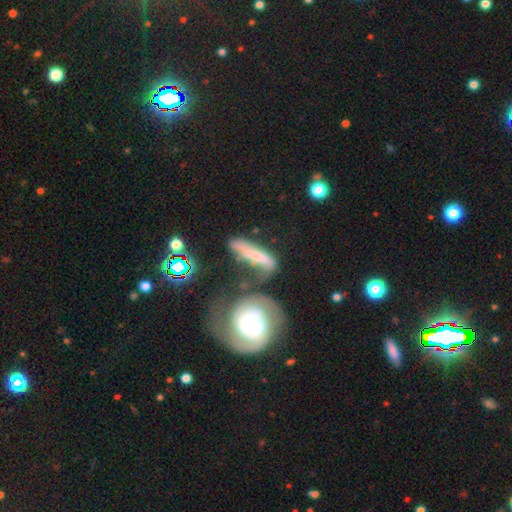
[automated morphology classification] featured or disk 46%, smooth 44%, star or artifact 11%. Down the decision tree: merging — none (36%).